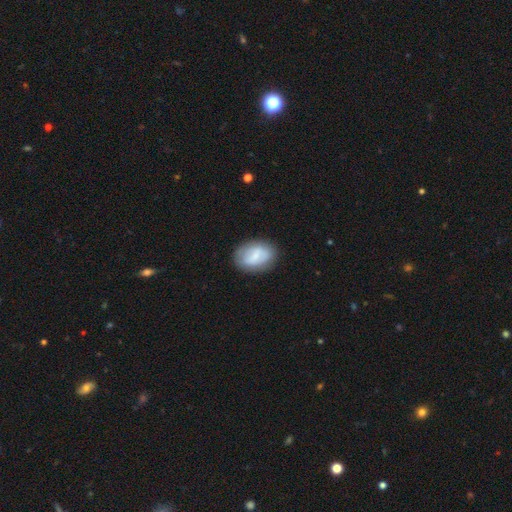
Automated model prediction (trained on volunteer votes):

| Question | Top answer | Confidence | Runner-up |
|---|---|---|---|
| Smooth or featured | smooth | 61% | featured or disk (32%) |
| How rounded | in between | 78% | round (20%) |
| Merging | none | 78% | minor disturbance (16%) |